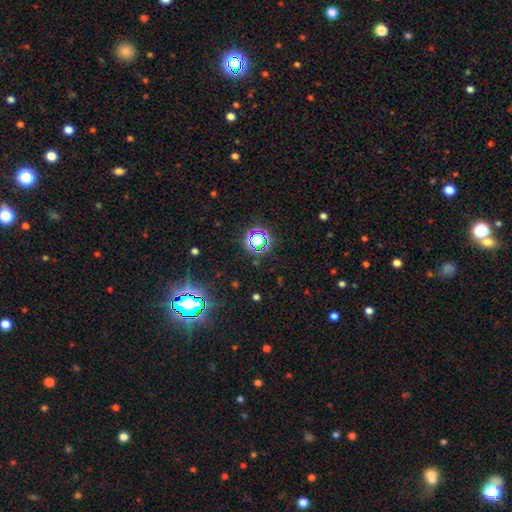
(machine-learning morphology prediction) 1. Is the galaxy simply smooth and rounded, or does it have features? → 78% star or artifact, 15% smooth, 7% featured or disk.